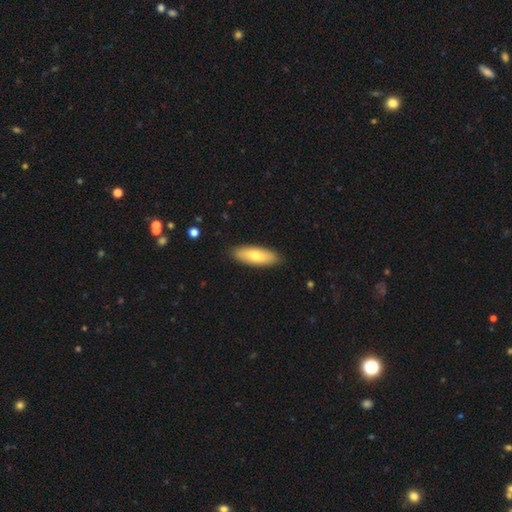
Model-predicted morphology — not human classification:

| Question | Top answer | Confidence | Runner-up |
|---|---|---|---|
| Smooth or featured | smooth | 74% | featured or disk (21%) |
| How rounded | in between | 65% | cigar-shaped (33%) |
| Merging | none | 88% | minor disturbance (9%) |